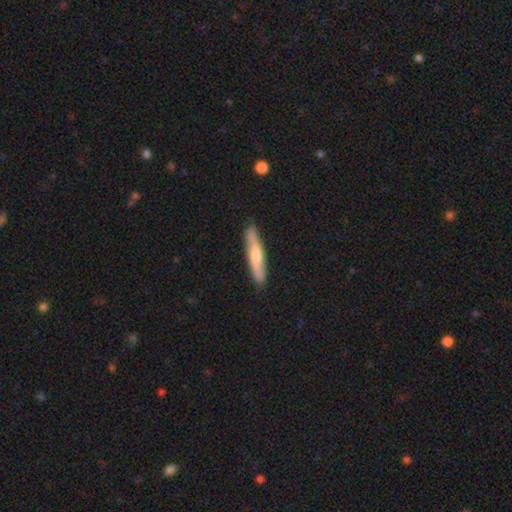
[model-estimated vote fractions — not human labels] Morphology: type=smooth (51%); roundness=cigar-shaped (89%); merging=none (86%).